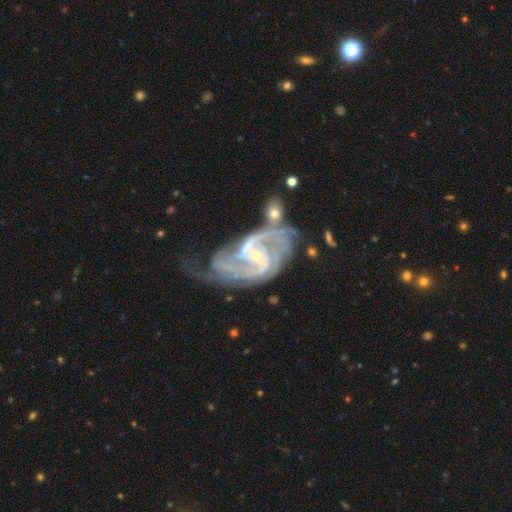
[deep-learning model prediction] Overall: featured or disk (93%). Edge-on disk: no (97%). Bar: weak (41%; no 37%). Spiral arms: yes (98%). Spiral arm count: 2 (56%; 3 18%). Spiral winding: medium (50%; tight 38%). Bulge size: small (77%). Merging: none (37%; minor disturbance 24%).